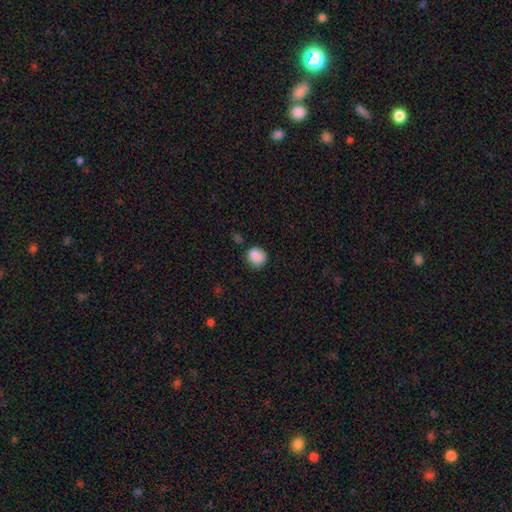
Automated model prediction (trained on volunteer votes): A smooth galaxy with no disk features (85%) that is round (79%). Merging: none (63%).